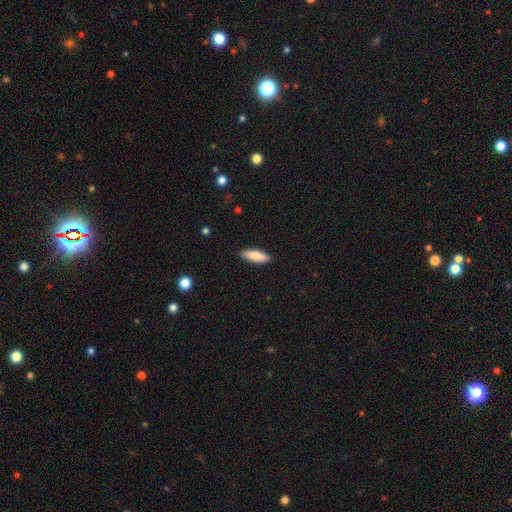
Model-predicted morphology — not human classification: Overall: smooth (84%). How rounded: cigar-shaped (50%; in between 48%). Merging: none (89%).